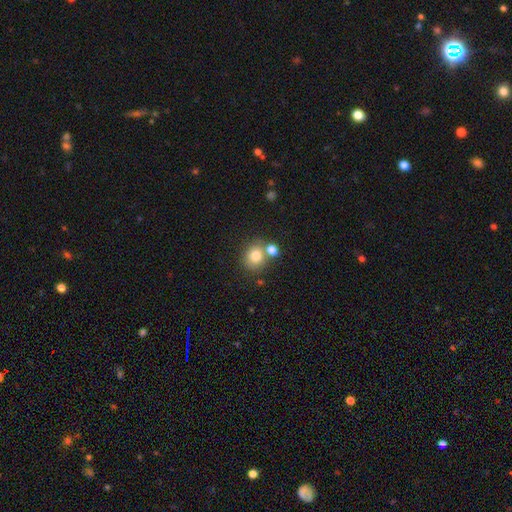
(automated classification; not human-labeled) Smooth or featured?
  - smooth: 80% *
  - star or artifact: 11%
  - featured or disk: 9%
How rounded?
  - round: 77% *
  - in between: 22%
  - cigar-shaped: 1%
Merging?
  - none: 60% *
  - merger: 26%
  - minor disturbance: 10%
  - major disturbance: 4%